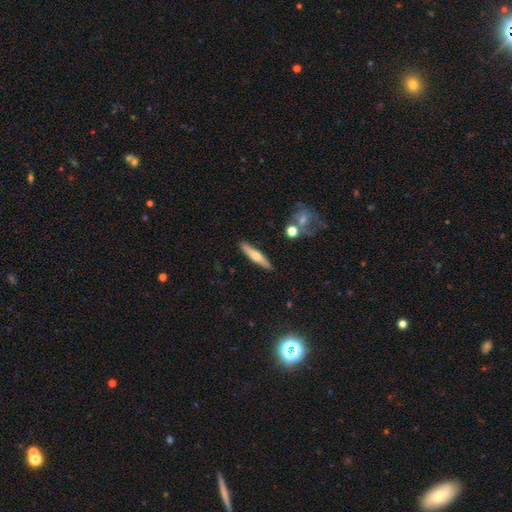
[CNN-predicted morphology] Smooth or featured? Predicted: smooth (p=0.54). How rounded? Predicted: cigar-shaped (p=0.86). Merging? Predicted: none (p=0.88).